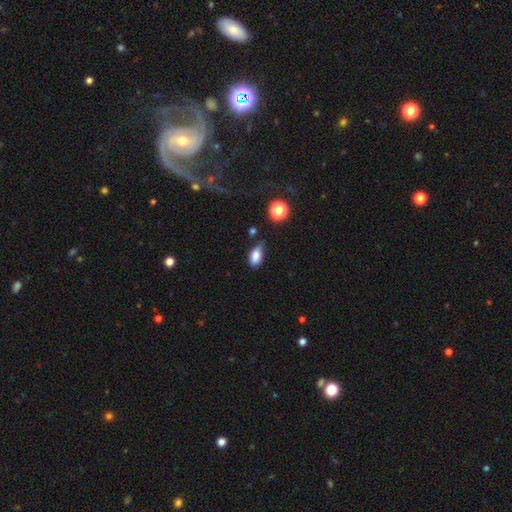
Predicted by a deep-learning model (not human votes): A smooth galaxy with no disk features (82%) that is in between round and cigar-shaped (86%). Merging: none (46%).